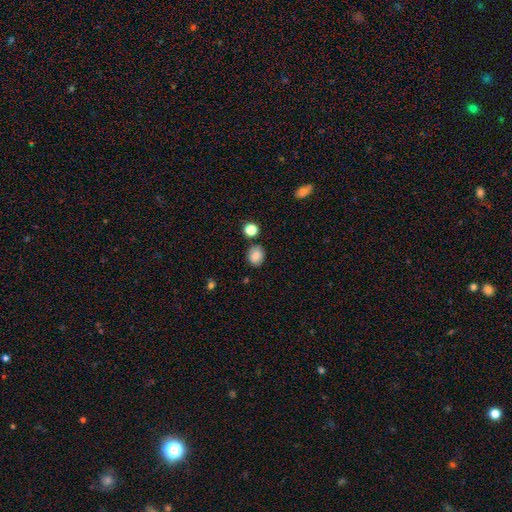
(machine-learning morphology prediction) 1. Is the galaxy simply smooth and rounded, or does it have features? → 81% smooth, 10% star or artifact, 8% featured or disk.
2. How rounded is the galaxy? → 66% round, 33% in between, 1% cigar-shaped.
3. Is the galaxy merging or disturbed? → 80% none, 12% minor disturbance, 5% merger, 3% major disturbance.